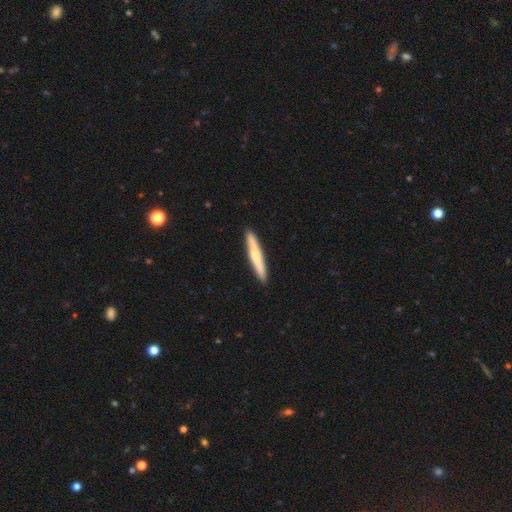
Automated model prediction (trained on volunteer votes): The model was most divided on "smooth or featured": smooth: 60%, featured or disk: 36%, star or artifact: 5%. More confident: how rounded — cigar-shaped (95%); merging — none (91%).